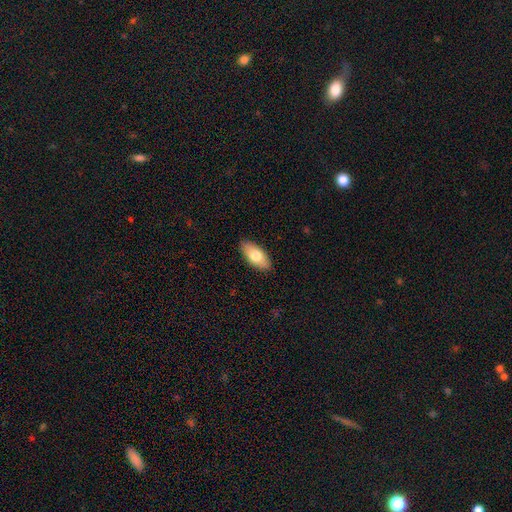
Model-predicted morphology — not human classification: smooth_or_featured: smooth (p=0.74) [alt: featured or disk p=0.20]
how_rounded: in between (p=0.89) [alt: cigar-shaped p=0.08]
merging: none (p=0.88) [alt: minor disturbance p=0.09]